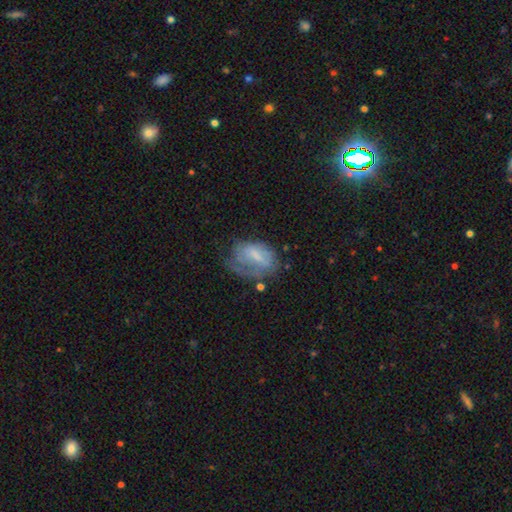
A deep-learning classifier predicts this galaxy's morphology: Smooth or featured?
  - featured or disk: 50% *
  - smooth: 41%
  - star or artifact: 9%
Merging?
  - major disturbance: 37% *
  - none: 31%
  - minor disturbance: 28%
  - merger: 4%